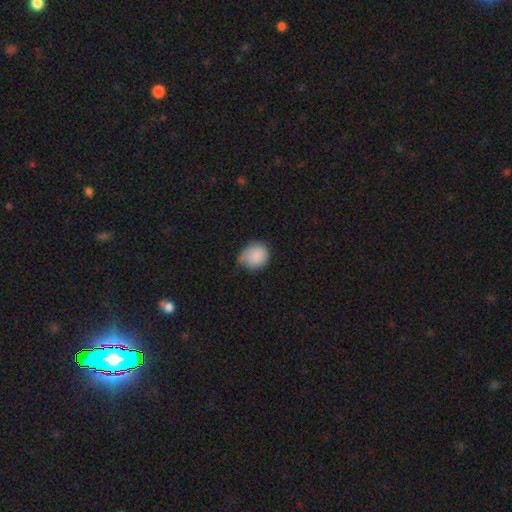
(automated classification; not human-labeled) A smooth galaxy with no disk features (87%) that is round (65%).

Vote fractions:
- Smooth or featured? smooth: 87% / star or artifact: 7% / featured or disk: 6%
- How rounded? round: 65% / in between: 34% / cigar-shaped: 1%
- Merging? none: 50% / minor disturbance: 41% / major disturbance: 8% / merger: 2%